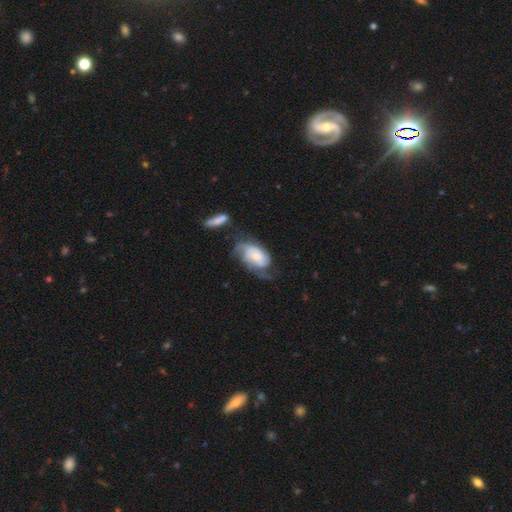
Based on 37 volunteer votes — smooth-or-featured: featured or disk: 68% | smooth: 32% | star or artifact: 0%
  disk-edge-on: no: 100% | yes: 0%
    bar: no: 64% | weak: 28% | strong: 8%
    has-spiral-arms: yes: 76% | no: 24%
      spiral-winding: medium: 42% (tied) | loose: 42% (tied) | tight: 16%
      spiral-arm-count: 2: 47% | can't tell: 26% | 3: 21% | 1: 5% | 4: 0% | more than 4: 0%
    bulge-size: moderate: 36% | large: 24% | small: 24% | none: 16% | dominant: 0%
  merging: major disturbance: 27% (tied) | merger: 27% (tied) | none: 24% | minor disturbance: 22%